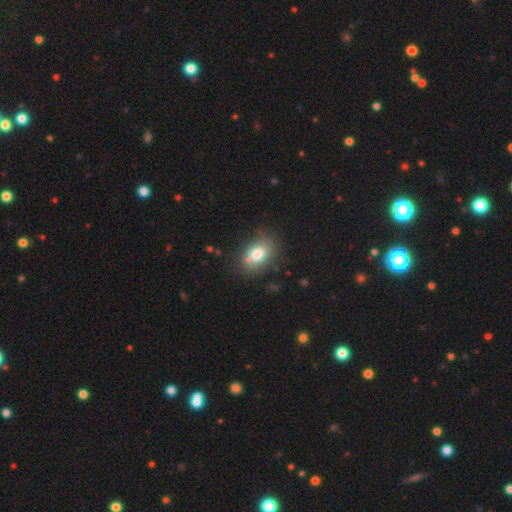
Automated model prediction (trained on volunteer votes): Smooth or featured? Predicted: smooth (p=0.78). How rounded? Predicted: in between (p=0.83). Merging? Predicted: none (p=0.76).